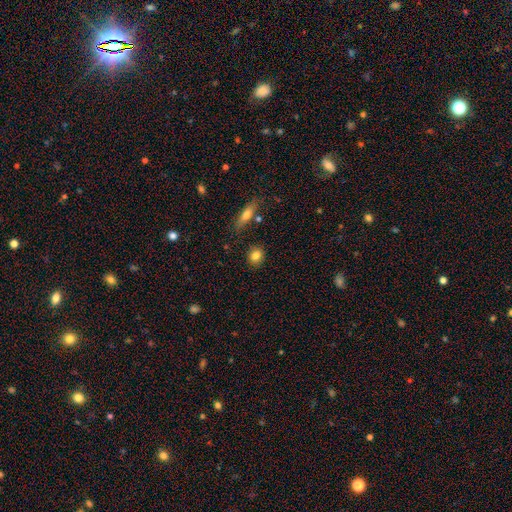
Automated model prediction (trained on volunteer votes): smooth-or-featured: smooth: 82% | featured or disk: 9% | star or artifact: 9%
  how-rounded: round: 69% | in between: 29% | cigar-shaped: 2%
  merging: none: 87% | minor disturbance: 8% | merger: 3% | major disturbance: 2%